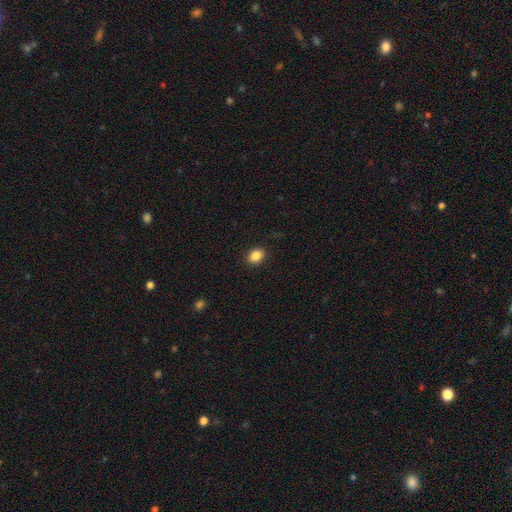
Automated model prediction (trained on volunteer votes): The model was most divided on "how rounded": in between: 66%, round: 32%, cigar-shaped: 1%. More confident: merging — none (88%); smooth or featured — smooth (87%).